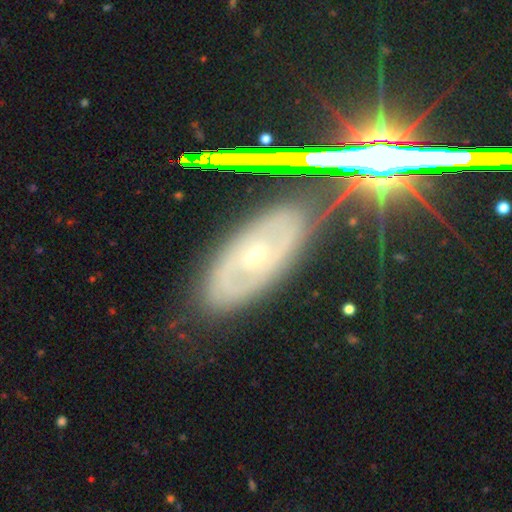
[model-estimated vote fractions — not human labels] Smooth or featured? featured or disk (69%)
Edge-on disk? no (89%)
Bar? no (64%)
Spiral arms? yes (70%)
Bulge size? small (73%)
Merging? none (79%)